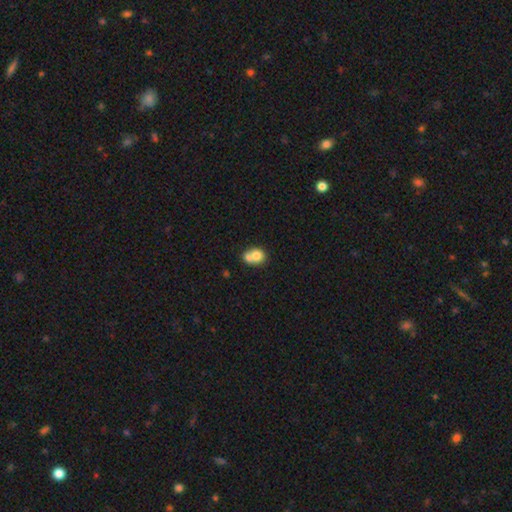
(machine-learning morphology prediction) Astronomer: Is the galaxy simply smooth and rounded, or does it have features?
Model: smooth — 72%.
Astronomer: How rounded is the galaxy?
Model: round — 60% (runner-up: in between, 39%).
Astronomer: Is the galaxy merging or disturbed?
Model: merger — 62%.